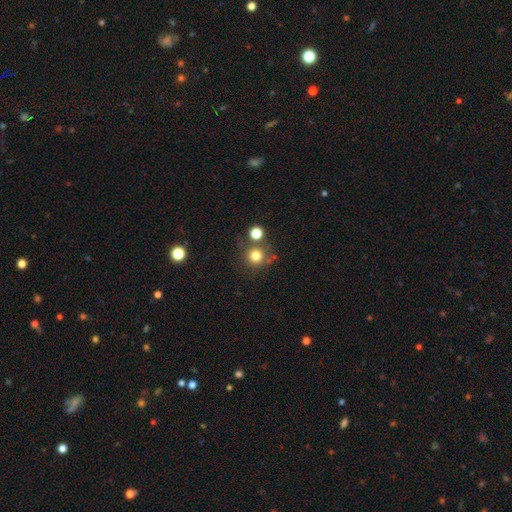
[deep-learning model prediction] Overall: smooth (78%). How rounded: round (93%). Merging: none (72%).